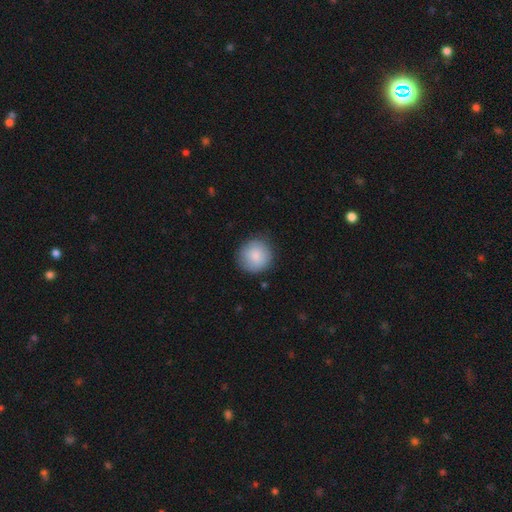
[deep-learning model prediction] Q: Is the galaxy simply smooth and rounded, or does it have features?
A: smooth — 86%.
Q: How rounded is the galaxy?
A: round — 93%.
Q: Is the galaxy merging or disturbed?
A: none — 84%.